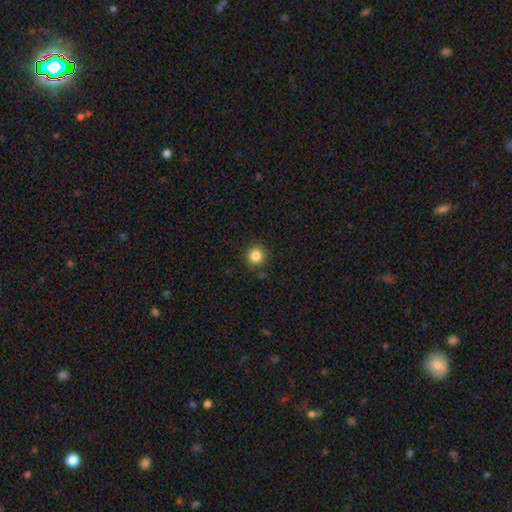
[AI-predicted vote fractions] Overall: smooth (84%). How rounded: round (94%). Merging: none (89%).